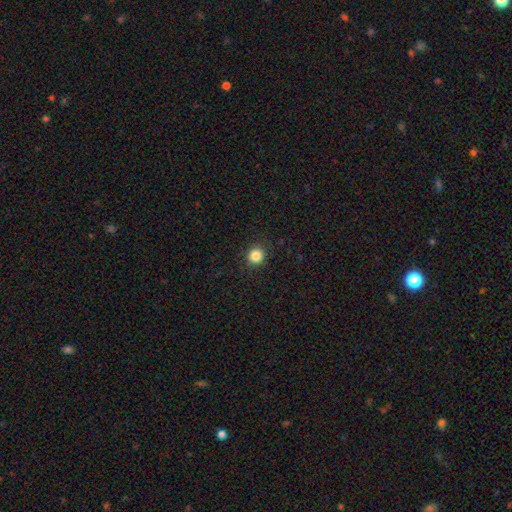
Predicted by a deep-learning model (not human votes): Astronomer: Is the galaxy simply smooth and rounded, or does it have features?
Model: smooth — 85%.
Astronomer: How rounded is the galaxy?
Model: round — 92%.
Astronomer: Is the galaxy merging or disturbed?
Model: none — 91%.